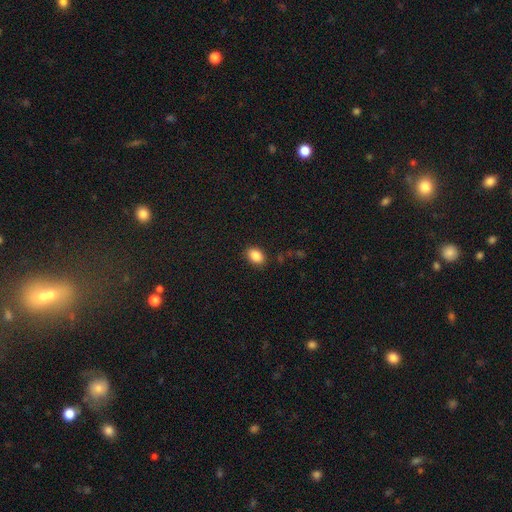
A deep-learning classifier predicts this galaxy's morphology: smooth_or_featured: smooth (p=0.88) [alt: star or artifact p=0.09]
how_rounded: in between (p=0.80) [alt: round p=0.19]
merging: none (p=0.87) [alt: minor disturbance p=0.09]